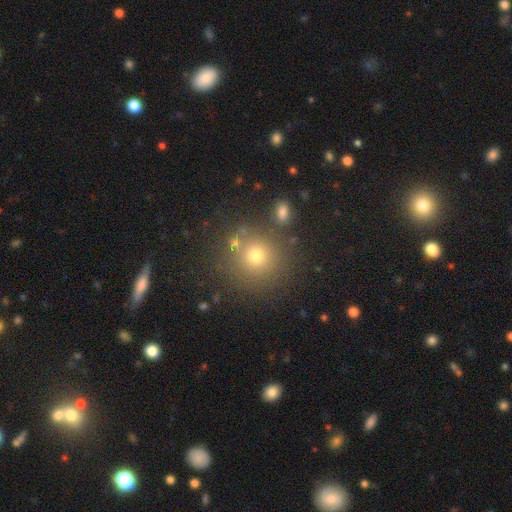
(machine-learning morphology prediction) A smooth galaxy with no disk features (72%) that is round (91%).

Vote fractions:
- Smooth or featured? smooth: 72% / star or artifact: 17% / featured or disk: 11%
- How rounded? round: 91% / in between: 8% / cigar-shaped: 1%
- Merging? none: 80% / minor disturbance: 9% / merger: 8% / major disturbance: 4%